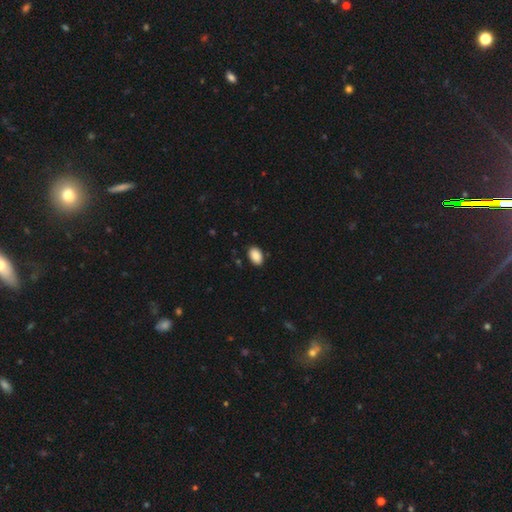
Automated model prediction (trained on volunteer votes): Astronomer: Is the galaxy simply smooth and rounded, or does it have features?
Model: smooth — 89%.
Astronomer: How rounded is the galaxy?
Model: in between — 91%.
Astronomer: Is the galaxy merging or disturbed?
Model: none — 88%.